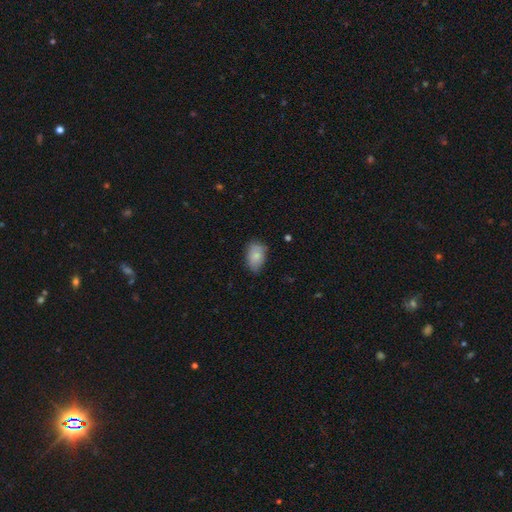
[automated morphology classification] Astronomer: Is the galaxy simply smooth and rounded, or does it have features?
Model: smooth — 82%.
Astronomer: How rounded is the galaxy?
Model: in between — 88%.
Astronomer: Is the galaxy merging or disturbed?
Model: none — 64%.